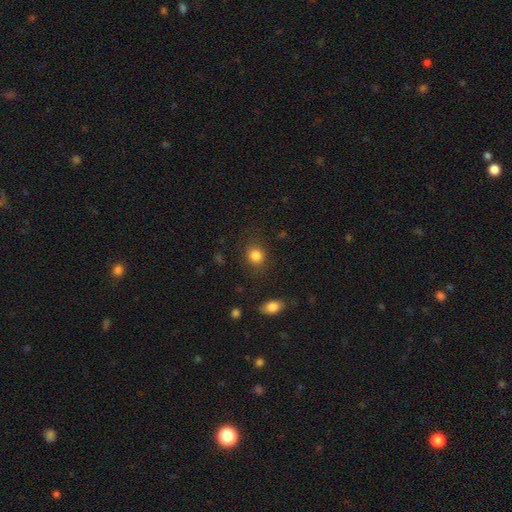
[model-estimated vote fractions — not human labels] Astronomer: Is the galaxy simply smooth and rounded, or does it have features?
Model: smooth — 84%.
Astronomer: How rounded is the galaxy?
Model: round — 73%.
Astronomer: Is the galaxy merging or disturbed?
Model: none — 82%.